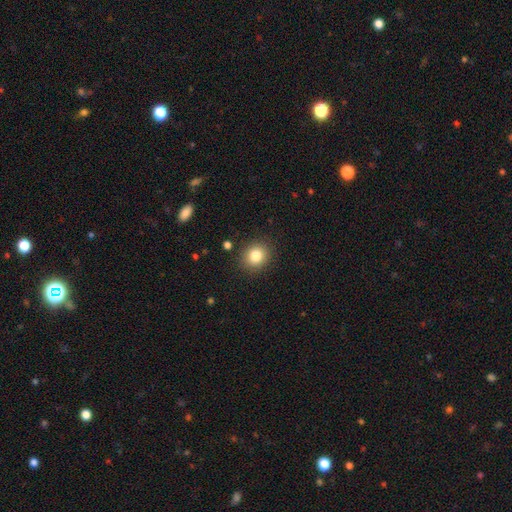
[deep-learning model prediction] A smooth galaxy with no disk features (82%) that is round (77%). Merging: none (88%).